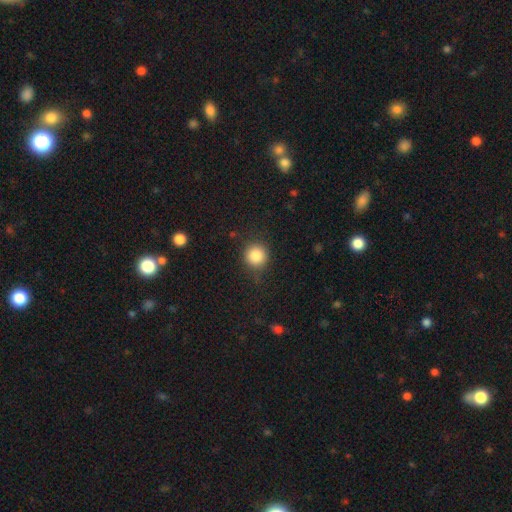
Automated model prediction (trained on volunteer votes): smooth 86%, star or artifact 10%, featured or disk 5%. Down the decision tree: how rounded — round (93%); merging — none (81%).